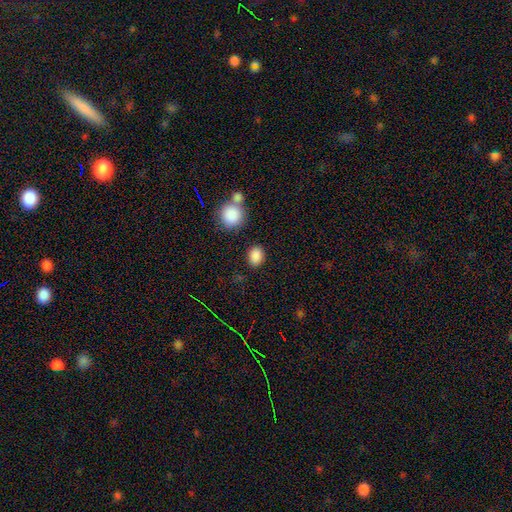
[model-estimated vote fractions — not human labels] This appears to be a smooth galaxy with no disk features (87%) that is in between round and cigar-shaped (61%). Merging: none (81%).